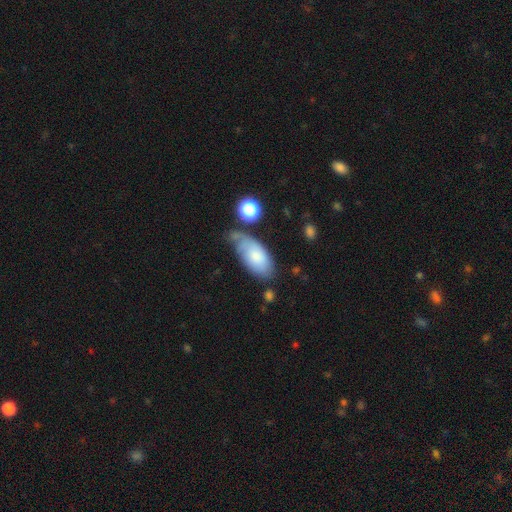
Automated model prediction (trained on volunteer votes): Smooth or featured?
  - smooth: 67% *
  - featured or disk: 25%
  - star or artifact: 7%
How rounded?
  - in between: 91% *
  - cigar-shaped: 7%
  - round: 3%
Merging?
  - none: 42% *
  - minor disturbance: 32%
  - major disturbance: 13%
  - merger: 12%